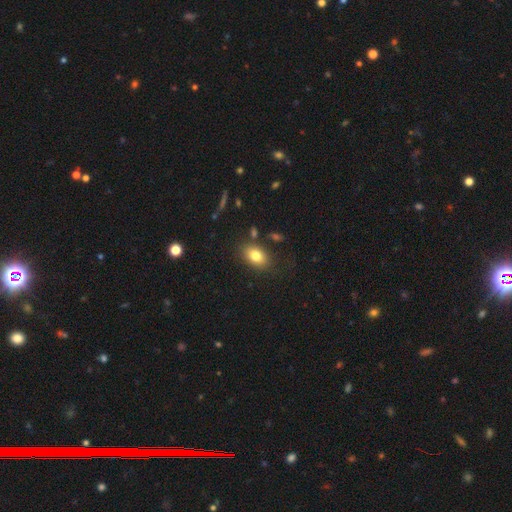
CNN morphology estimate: Smooth or featured? smooth (80%)
How rounded? in between (81%)
Merging? none (81%)